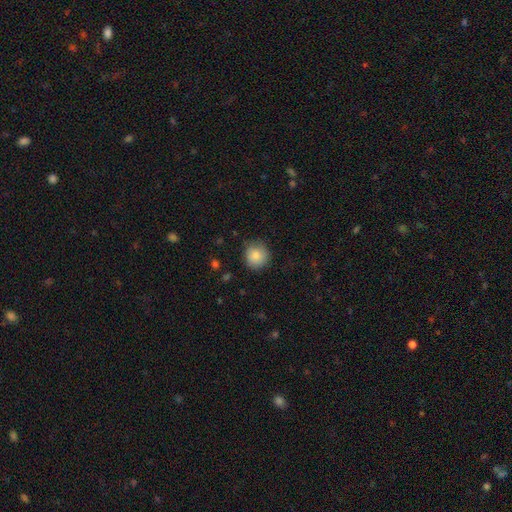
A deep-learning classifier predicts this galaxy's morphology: type=smooth (85%); roundness=round (92%); merging=none (84%).